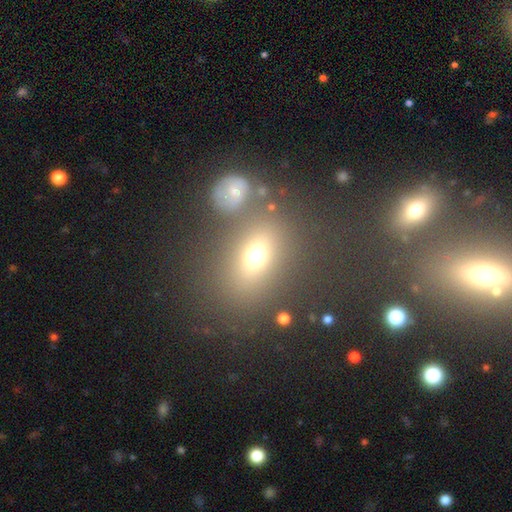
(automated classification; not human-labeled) Smooth or featured? smooth (66%)
How rounded? in between (60%)
Merging? none (68%)